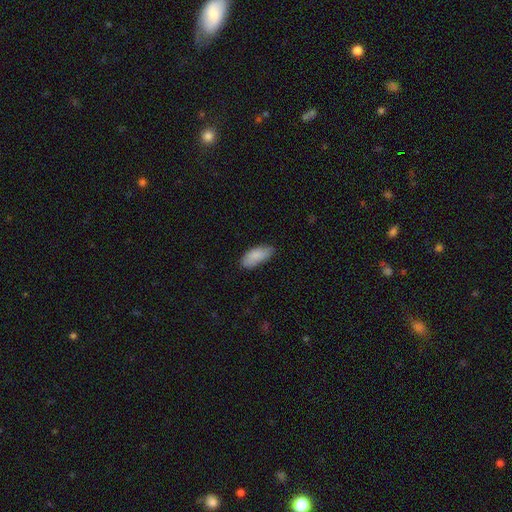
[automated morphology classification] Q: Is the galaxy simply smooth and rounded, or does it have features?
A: smooth — 86%.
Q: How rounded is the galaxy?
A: in between — 87%.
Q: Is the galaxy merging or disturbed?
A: none — 75%.